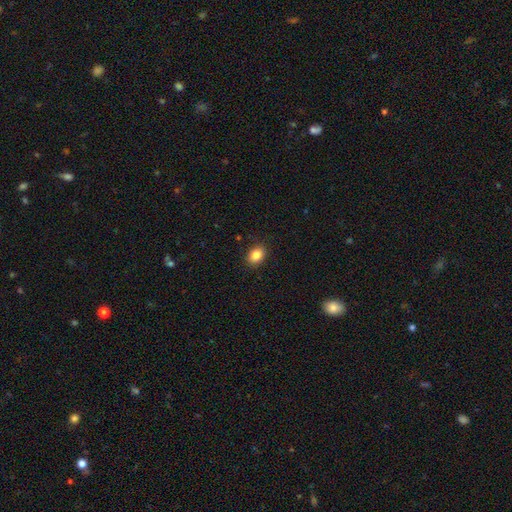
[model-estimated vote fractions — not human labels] Smooth or featured? smooth (86%)
How rounded? in between (69%)
Merging? none (88%)